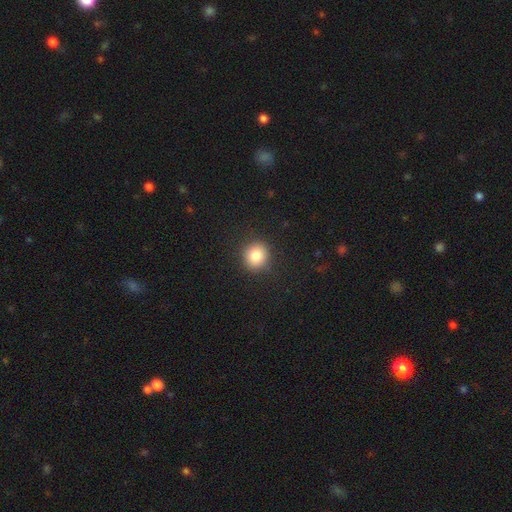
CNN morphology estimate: type=smooth (82%); roundness=round (90%); merging=none (90%).